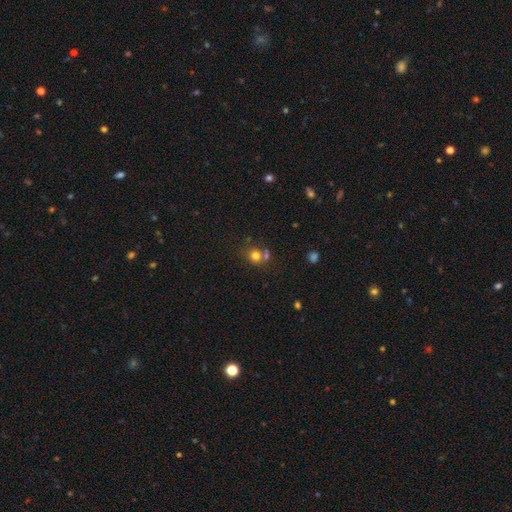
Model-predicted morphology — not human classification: smooth-or-featured: smooth: 74% | star or artifact: 15% | featured or disk: 11%
  how-rounded: round: 80% | in between: 19% | cigar-shaped: 1%
  merging: none: 52% | merger: 32% | minor disturbance: 11% | major disturbance: 5%